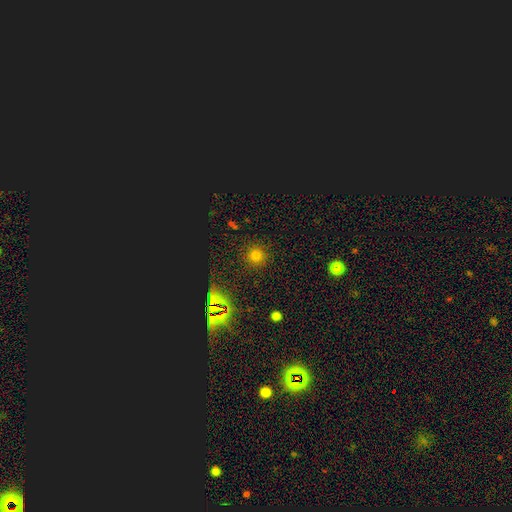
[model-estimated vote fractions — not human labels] smooth-or-featured: smooth: 69% | star or artifact: 24% | featured or disk: 7%
  how-rounded: round: 94% | in between: 5% | cigar-shaped: 1%
  merging: none: 89% | minor disturbance: 7% | major disturbance: 3% | merger: 2%